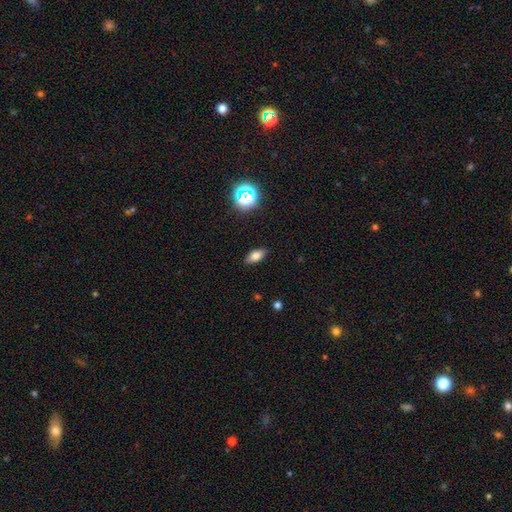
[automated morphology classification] smooth_or_featured: smooth (p=0.74) [alt: star or artifact p=0.13]
how_rounded: in between (p=0.82) [alt: cigar-shaped p=0.12]
merging: none (p=0.89) [alt: minor disturbance p=0.08]